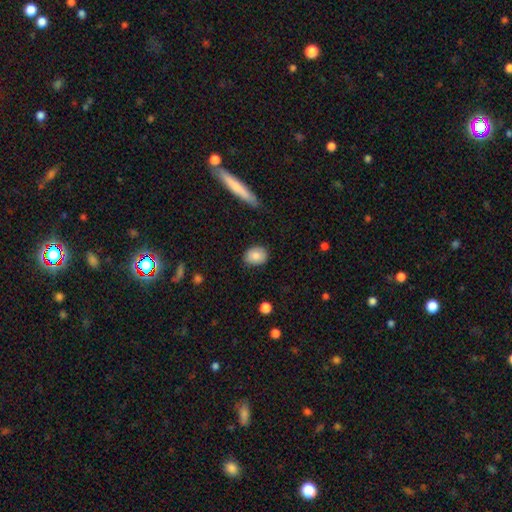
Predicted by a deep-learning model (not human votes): smooth-or-featured: smooth: 85% | featured or disk: 8% | star or artifact: 7%
  how-rounded: in between: 58% | round: 40% | cigar-shaped: 2%
  merging: none: 85% | minor disturbance: 12% | major disturbance: 2% | merger: 1%